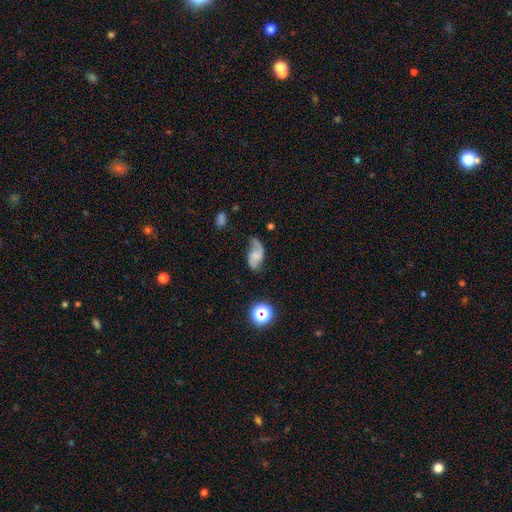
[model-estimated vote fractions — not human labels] The model was most divided on "bulge size": none: 39%, small: 30%, moderate: 21%, large: 7%, dominant: 2%. More confident: edge-on disk — no (96%); spiral arms — yes (92%); spiral arm count — 2 (83%); spiral winding — loose (66%); smooth or featured — featured or disk (62%); bar — no (56%); merging — none (55%).